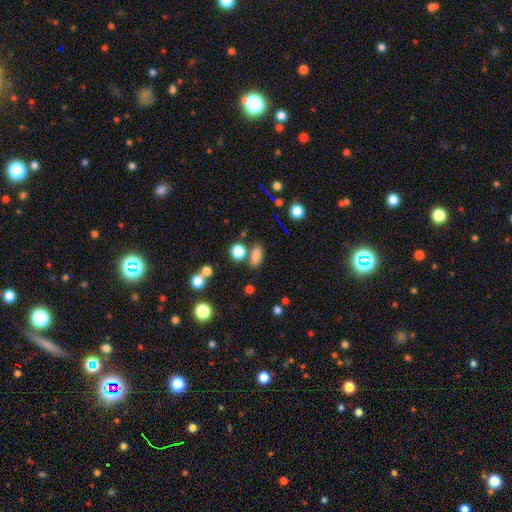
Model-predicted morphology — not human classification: Smooth or featured: smooth — 78% (star or artifact — 14%)
How rounded: in between — 76% (round — 18%)
Merging: none — 71% (minor disturbance — 13%)